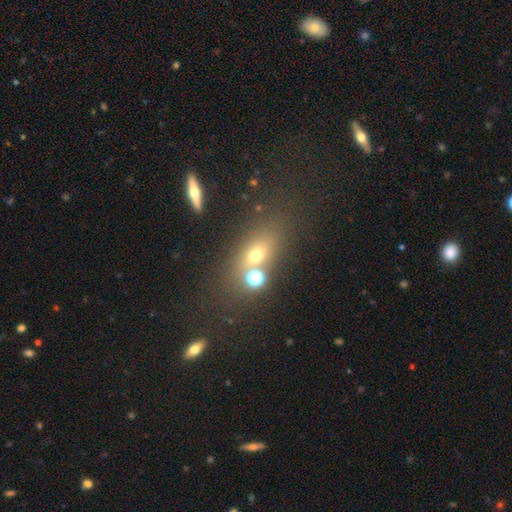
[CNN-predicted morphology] Smooth or featured?
  - smooth: 57% *
  - featured or disk: 22%
  - star or artifact: 21%
How rounded?
  - in between: 61% *
  - round: 28%
  - cigar-shaped: 11%
Merging?
  - none: 56% *
  - merger: 25%
  - minor disturbance: 13%
  - major disturbance: 7%